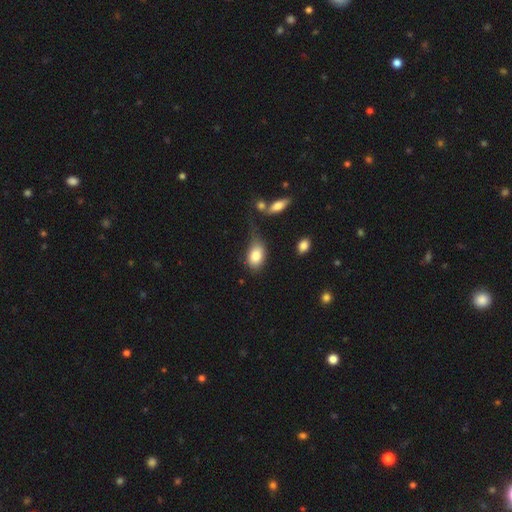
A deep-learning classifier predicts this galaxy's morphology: smooth-or-featured: smooth: 82% | featured or disk: 10% | star or artifact: 7%
  how-rounded: in between: 87% | round: 12% | cigar-shaped: 2%
  merging: none: 38% | minor disturbance: 31% | major disturbance: 22% | merger: 9%